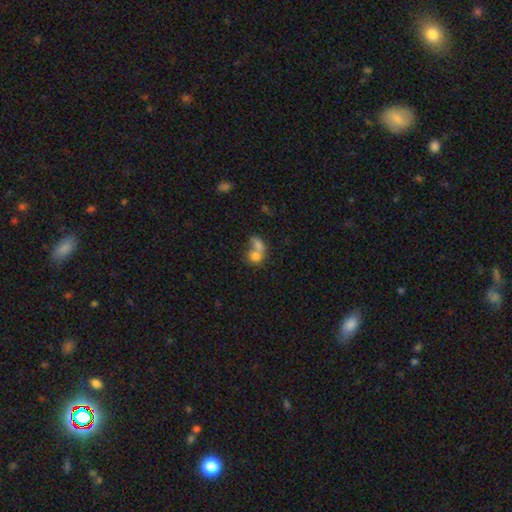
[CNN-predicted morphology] Overall: smooth (75%). How rounded: in between (53%; round 45%). Merging: merger (72%).